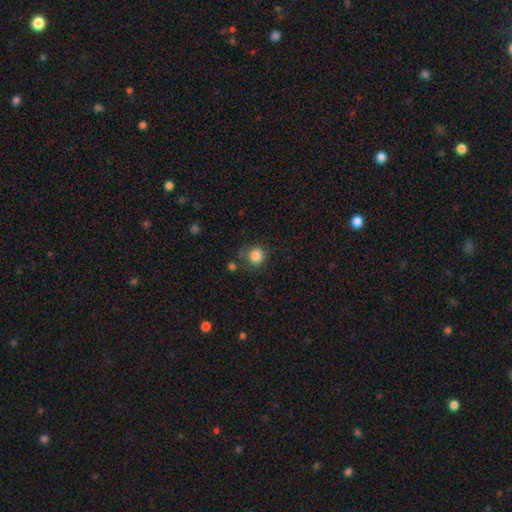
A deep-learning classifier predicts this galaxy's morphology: This appears to be a smooth galaxy with no disk features (86%) that is round (90%). Merging: none (76%).